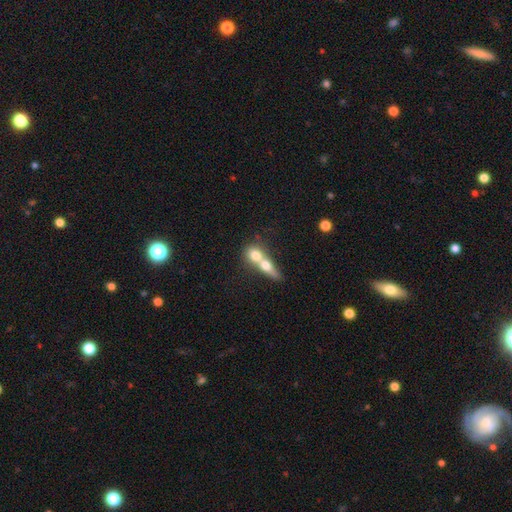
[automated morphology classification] A smooth galaxy with no disk features (64%) that is round (42%). Merging: merger (75%).